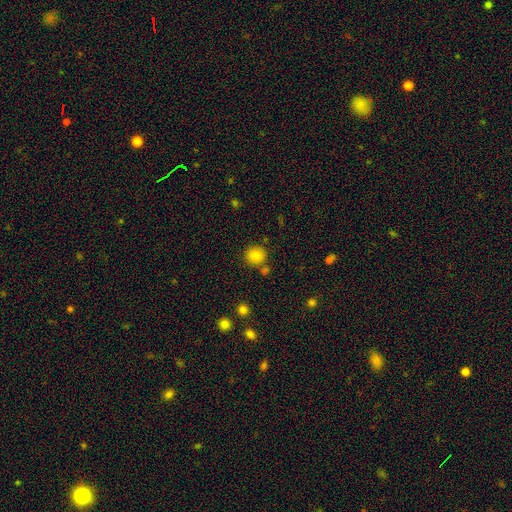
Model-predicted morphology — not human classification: type=smooth (84%); roundness=round (88%); merging=none (80%).